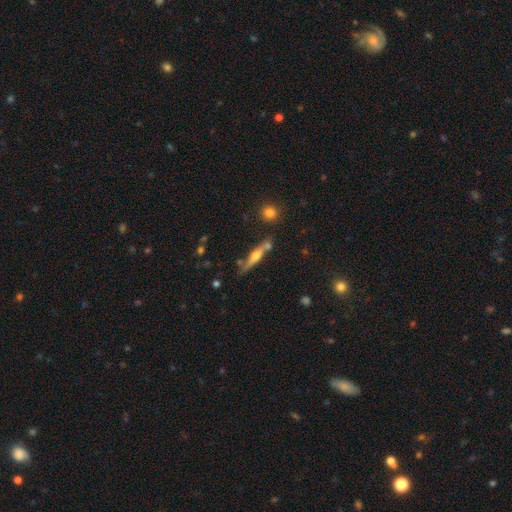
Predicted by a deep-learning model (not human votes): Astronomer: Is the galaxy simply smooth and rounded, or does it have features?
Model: featured or disk — 59% (runner-up: smooth, 35%).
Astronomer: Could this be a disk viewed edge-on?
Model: yes — 94%.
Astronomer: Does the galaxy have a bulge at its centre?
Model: rounded — 87%.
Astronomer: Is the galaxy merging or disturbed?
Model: none — 69%.